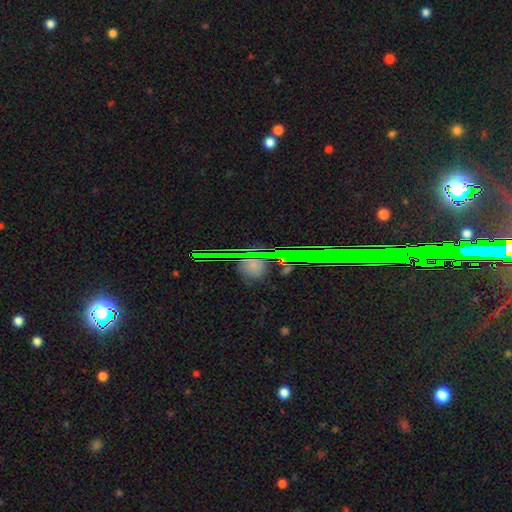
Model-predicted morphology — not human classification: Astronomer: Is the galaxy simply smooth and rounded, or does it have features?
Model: star or artifact — 71%.